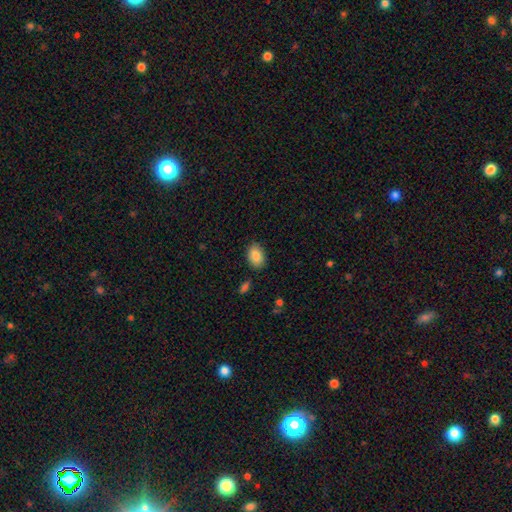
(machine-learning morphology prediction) smooth_or_featured: smooth (p=0.87) [alt: star or artifact p=0.07]
how_rounded: in between (p=0.86) [alt: round p=0.12]
merging: none (p=0.85) [alt: minor disturbance p=0.11]